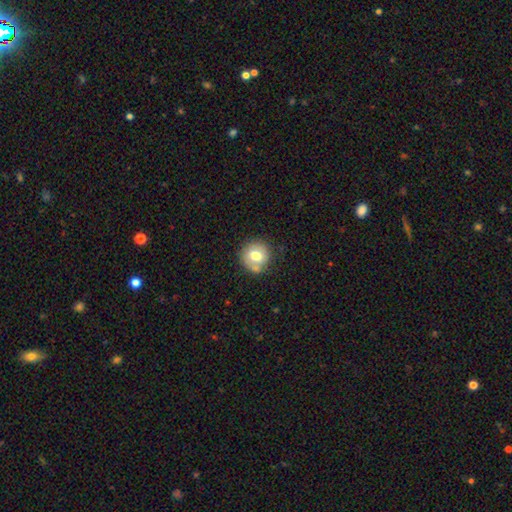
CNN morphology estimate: Smooth or featured?
  - smooth: 71% *
  - featured or disk: 21%
  - star or artifact: 9%
How rounded?
  - round: 89% *
  - in between: 10%
  - cigar-shaped: 1%
Merging?
  - none: 66% *
  - minor disturbance: 16%
  - merger: 13%
  - major disturbance: 5%